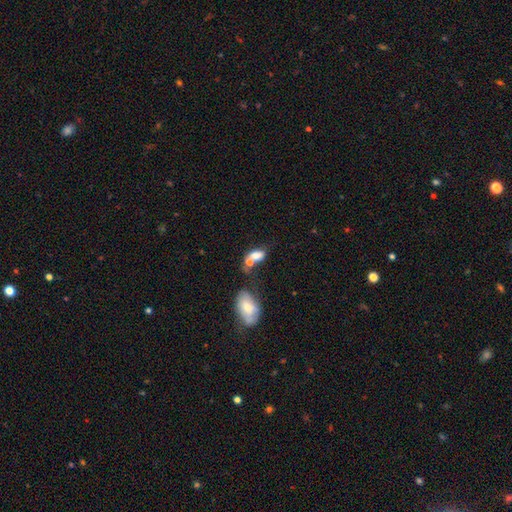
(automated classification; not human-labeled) This appears to be a smooth galaxy with no disk features (75%) that is in between round and cigar-shaped (84%). Merging: merger (49%).